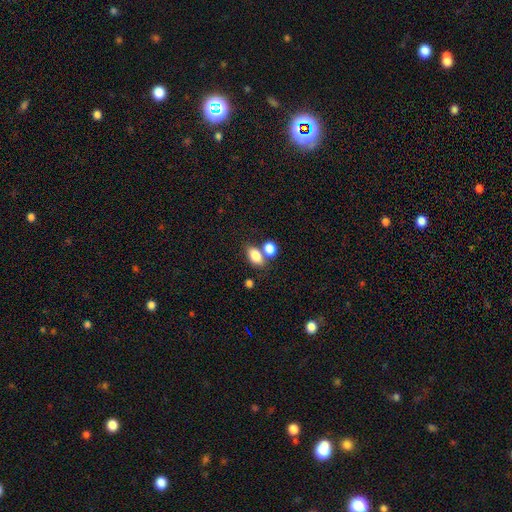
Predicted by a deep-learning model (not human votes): smooth-or-featured: smooth: 82% | star or artifact: 9% | featured or disk: 8%
  how-rounded: in between: 81% | round: 17% | cigar-shaped: 2%
  merging: none: 50% | merger: 36% | minor disturbance: 11% | major disturbance: 4%